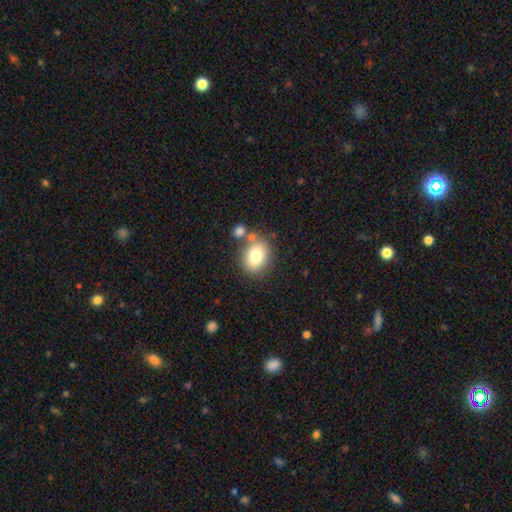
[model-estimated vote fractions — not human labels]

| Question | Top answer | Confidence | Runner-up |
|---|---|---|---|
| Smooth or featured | smooth | 78% | featured or disk (13%) |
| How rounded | in between | 61% | round (38%) |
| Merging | none | 66% | merger (16%) |